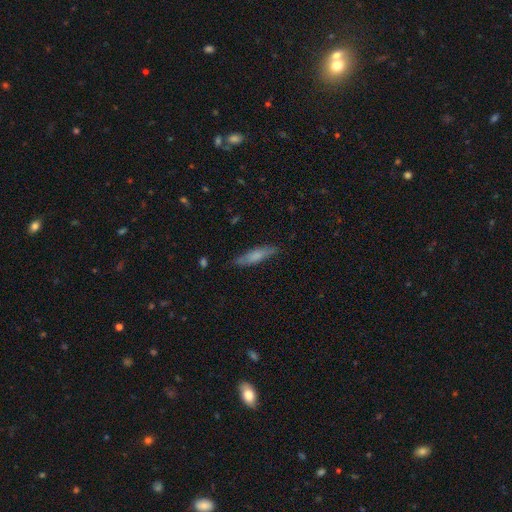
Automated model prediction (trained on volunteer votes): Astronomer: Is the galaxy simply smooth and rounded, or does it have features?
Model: smooth — 67%.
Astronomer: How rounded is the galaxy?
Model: cigar-shaped — 80%.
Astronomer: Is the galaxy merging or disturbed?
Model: none — 82%.